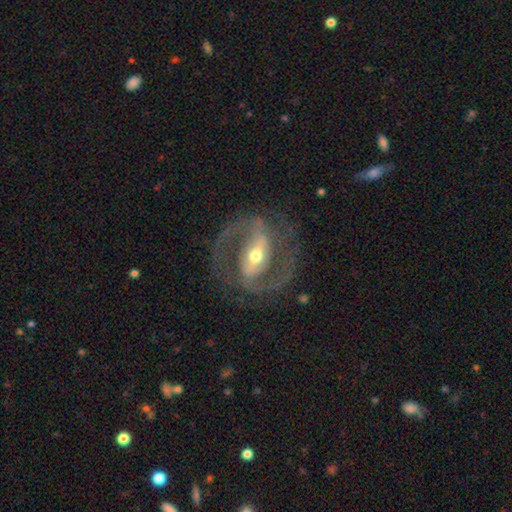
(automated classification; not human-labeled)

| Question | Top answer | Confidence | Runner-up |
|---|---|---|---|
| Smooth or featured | featured or disk | 91% | star or artifact (5%) |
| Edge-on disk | no | 96% | yes (4%) |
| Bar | strong | 58% | weak (30%) |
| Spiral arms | yes | 96% | no (4%) |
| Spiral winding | medium | 60% | tight (24%) |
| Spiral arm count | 2 | 92% | can't tell (3%) |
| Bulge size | moderate | 63% | small (29%) |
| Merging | none | 78% | minor disturbance (13%) |